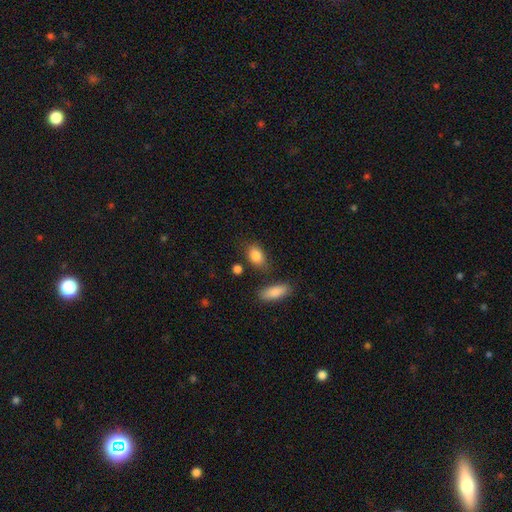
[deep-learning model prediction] Morphology: type=smooth (87%); roundness=in between (84%); merging=none (71%).